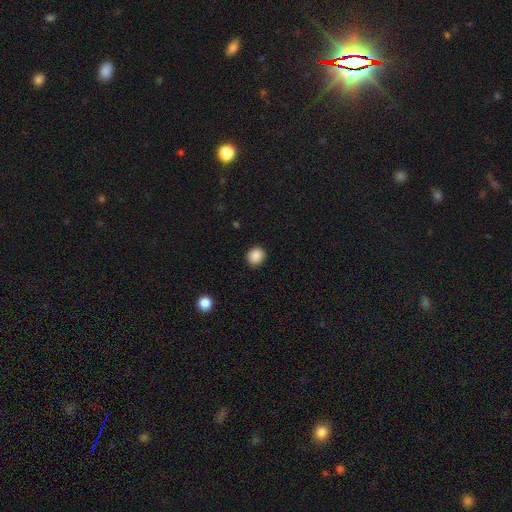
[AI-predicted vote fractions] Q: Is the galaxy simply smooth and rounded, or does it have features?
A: smooth — 88%.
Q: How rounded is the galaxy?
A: round — 82%.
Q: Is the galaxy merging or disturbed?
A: none — 92%.